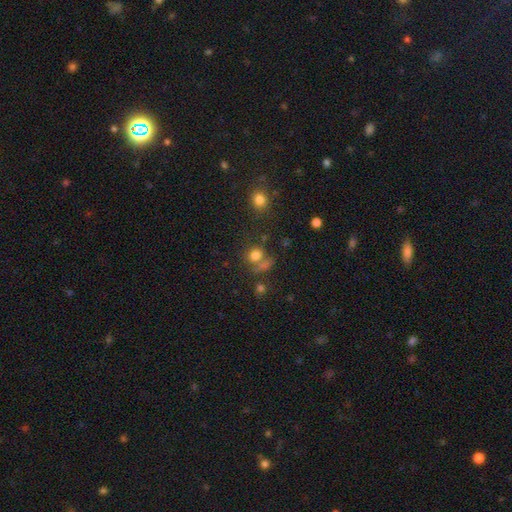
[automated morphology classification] smooth-or-featured: smooth: 76% | star or artifact: 16% | featured or disk: 8%
  how-rounded: round: 64% | in between: 34% | cigar-shaped: 2%
  merging: none: 54% | merger: 25% | minor disturbance: 13% | major disturbance: 8%